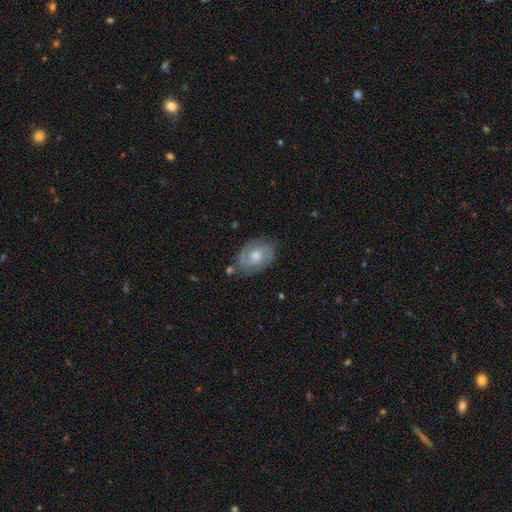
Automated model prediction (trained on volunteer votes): Smooth or featured?
  - featured or disk: 76% *
  - smooth: 17%
  - star or artifact: 8%
Edge-on disk?
  - no: 97% *
  - yes: 3%
Bar?
  - no: 66% *
  - weak: 29%
  - strong: 5%
Spiral arms?
  - yes: 92% *
  - no: 8%
Spiral winding?
  - tight: 56% *
  - medium: 35%
  - loose: 9%
Spiral arm count?
  - 2: 82% *
  - can't tell: 10%
  - 1: 3%
  - 3: 3%
  - 4: 1%
  - more than 4: 1%
Bulge size?
  - moderate: 67% *
  - small: 23%
  - large: 7%
  - none: 2%
  - dominant: 1%
Merging?
  - none: 79% *
  - minor disturbance: 15%
  - major disturbance: 4%
  - merger: 3%